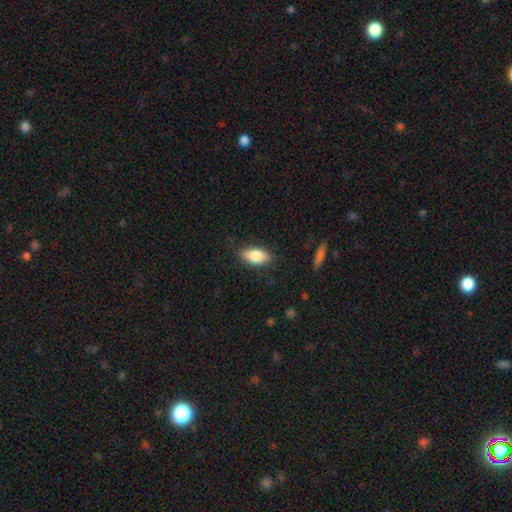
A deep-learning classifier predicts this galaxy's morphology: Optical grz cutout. It shows a smooth galaxy with no disk features (83%) that is in between round and cigar-shaped (89%). Merging: none (83%).